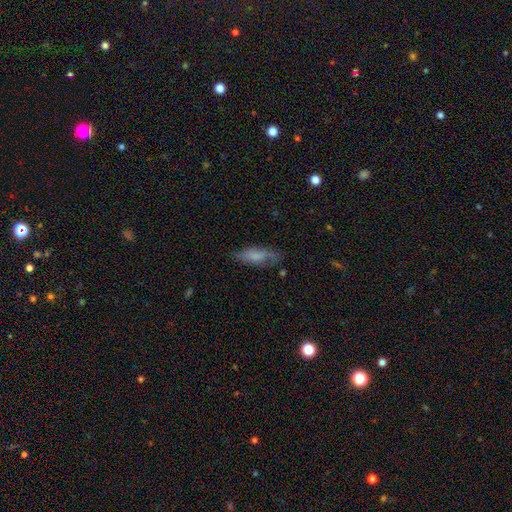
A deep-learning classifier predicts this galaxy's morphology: Smooth or featured?
  - smooth: 64% *
  - featured or disk: 28%
  - star or artifact: 8%
How rounded?
  - in between: 55% *
  - cigar-shaped: 43%
  - round: 2%
Merging?
  - none: 63% *
  - minor disturbance: 25%
  - major disturbance: 9%
  - merger: 3%